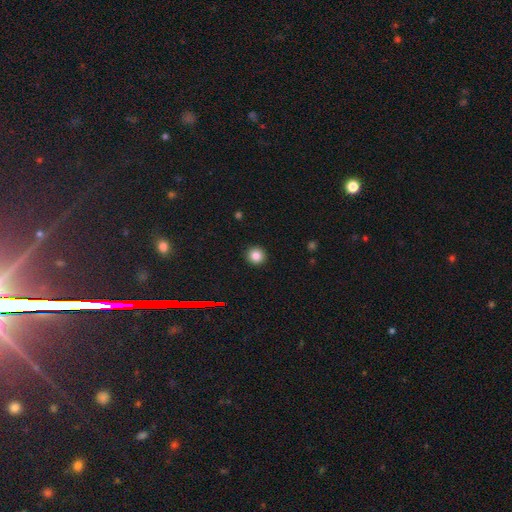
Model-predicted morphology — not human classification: The model was most divided on "smooth or featured": smooth: 83%, star or artifact: 12%, featured or disk: 5%. More confident: merging — none (93%); how rounded — round (92%).